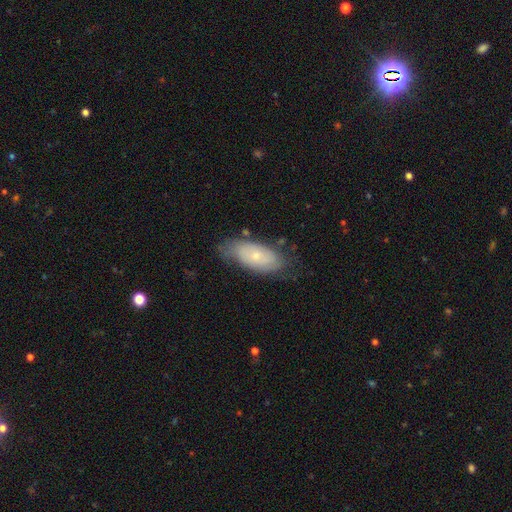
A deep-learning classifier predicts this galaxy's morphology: This is possibly a smooth galaxy (55%). How rounded: clearly in between (87%). Merging: likely none (65%).